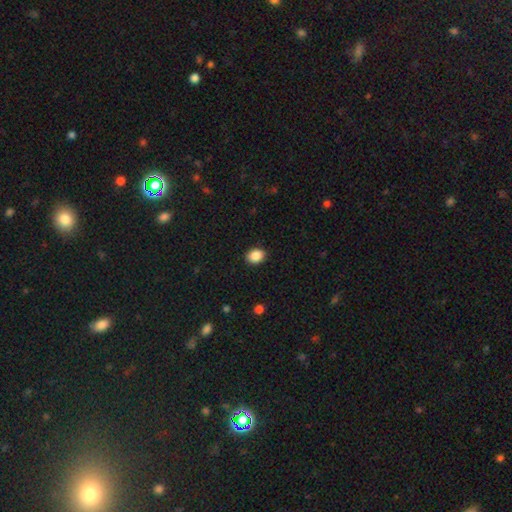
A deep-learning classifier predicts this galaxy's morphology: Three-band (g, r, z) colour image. It shows a smooth galaxy with no disk features (88%) that is in between round and cigar-shaped (53%). Merging: none (90%).